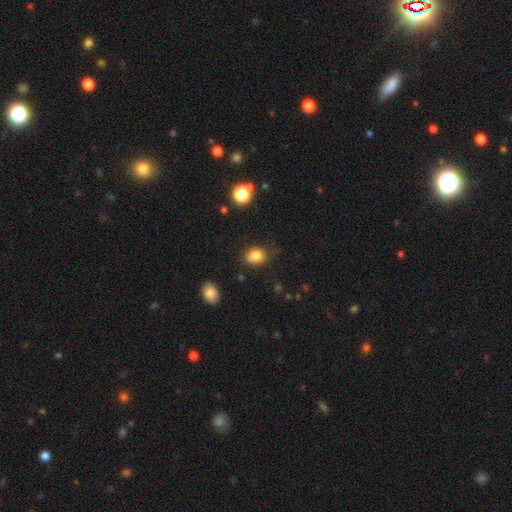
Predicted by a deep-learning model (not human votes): Smooth or featured? smooth (79%)
How rounded? round (59%)
Merging? none (54%)